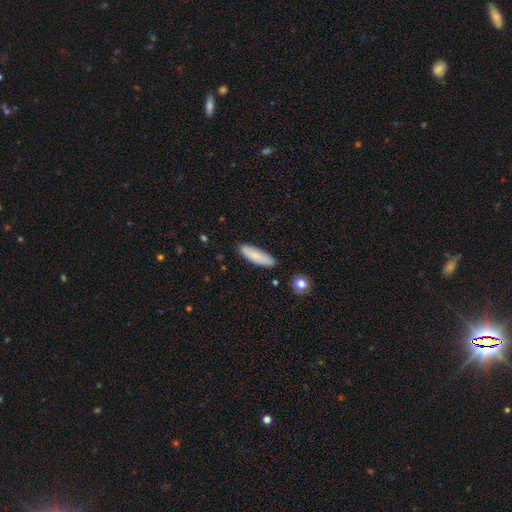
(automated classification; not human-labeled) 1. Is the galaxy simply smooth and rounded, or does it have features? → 82% smooth, 12% featured or disk, 6% star or artifact.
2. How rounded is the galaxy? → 52% cigar-shaped, 47% in between, 2% round.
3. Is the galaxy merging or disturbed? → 86% none, 10% minor disturbance, 2% major disturbance, 2% merger.